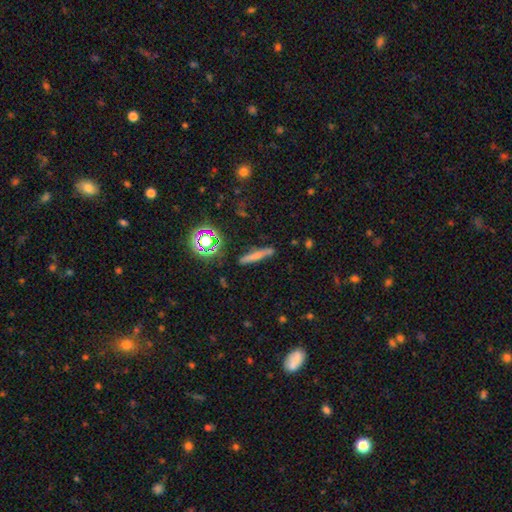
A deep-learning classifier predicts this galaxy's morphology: smooth 56%, featured or disk 28%, star or artifact 16%. Down the decision tree: how rounded — cigar-shaped (85%); merging — none (79%).